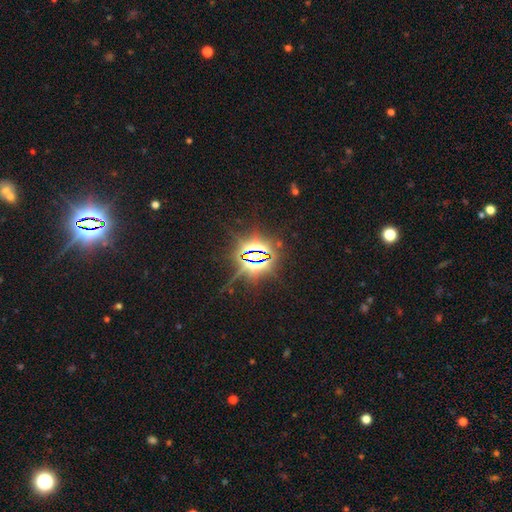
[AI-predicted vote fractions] Morphology: type=star or artifact (84%).